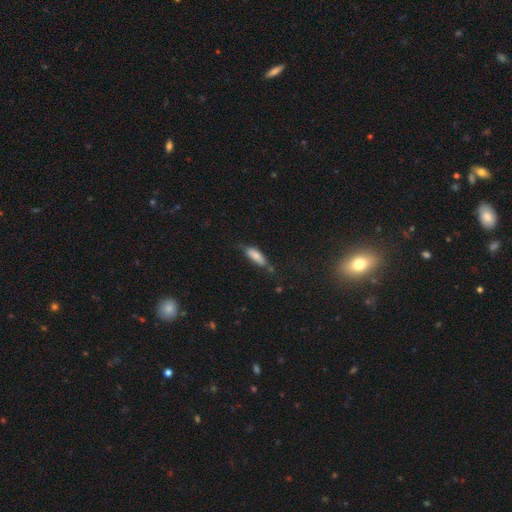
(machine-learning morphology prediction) Smooth or featured: smooth — 75% (featured or disk — 17%)
How rounded: in between — 51% (cigar-shaped — 47%)
Merging: none — 55% (minor disturbance — 31%)